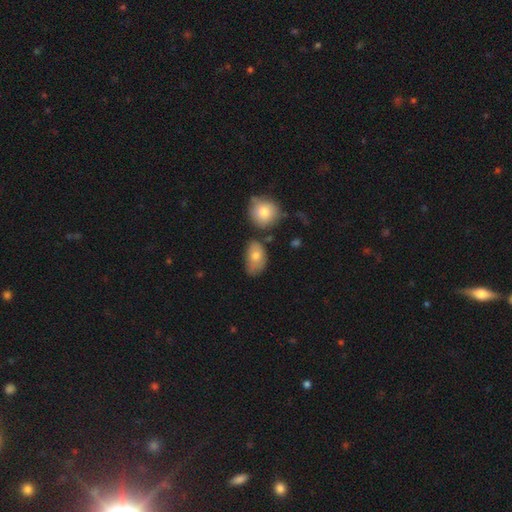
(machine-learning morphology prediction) smooth_or_featured: smooth (p=0.74) [alt: featured or disk p=0.18]
how_rounded: in between (p=0.85) [alt: round p=0.13]
merging: none (p=0.47) [alt: minor disturbance p=0.30]